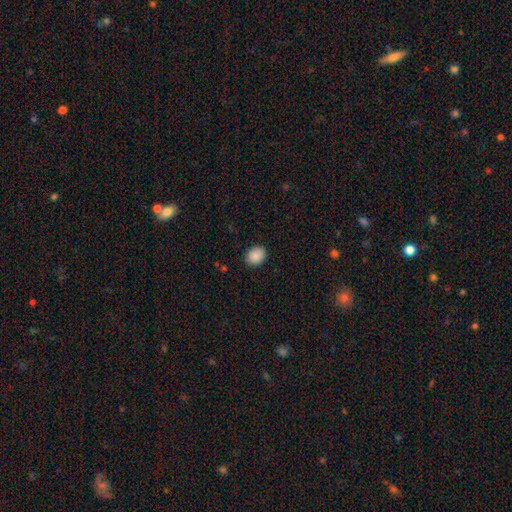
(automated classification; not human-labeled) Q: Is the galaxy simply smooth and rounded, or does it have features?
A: smooth — 89%.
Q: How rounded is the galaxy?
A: in between — 52%.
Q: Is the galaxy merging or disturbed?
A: none — 89%.